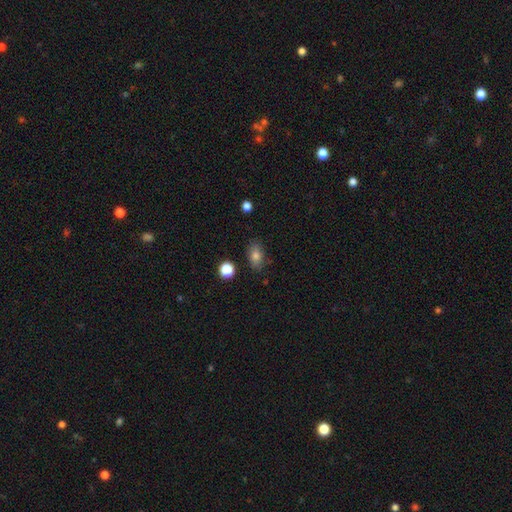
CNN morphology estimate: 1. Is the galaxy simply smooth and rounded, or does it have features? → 80% smooth, 10% star or artifact, 10% featured or disk.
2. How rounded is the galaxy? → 83% in between, 15% round, 2% cigar-shaped.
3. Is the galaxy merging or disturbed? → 81% none, 13% minor disturbance, 3% major disturbance, 3% merger.